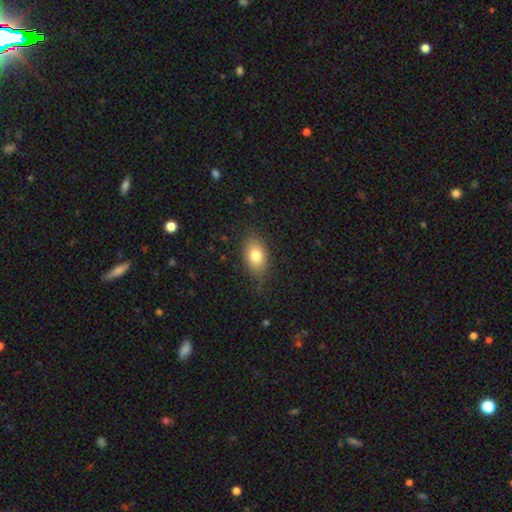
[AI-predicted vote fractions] A smooth galaxy with no disk features (78%) that is in between round and cigar-shaped (84%). Merging: none (75%).